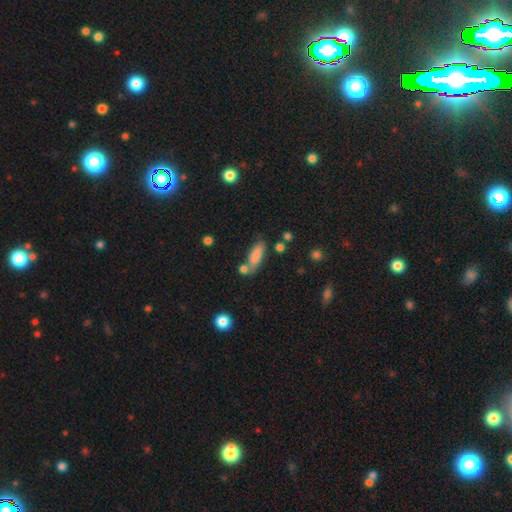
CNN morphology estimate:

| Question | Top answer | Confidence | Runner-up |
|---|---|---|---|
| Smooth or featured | smooth | 82% | featured or disk (11%) |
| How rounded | in between | 62% | cigar-shaped (36%) |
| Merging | none | 59% | merger (19%) |